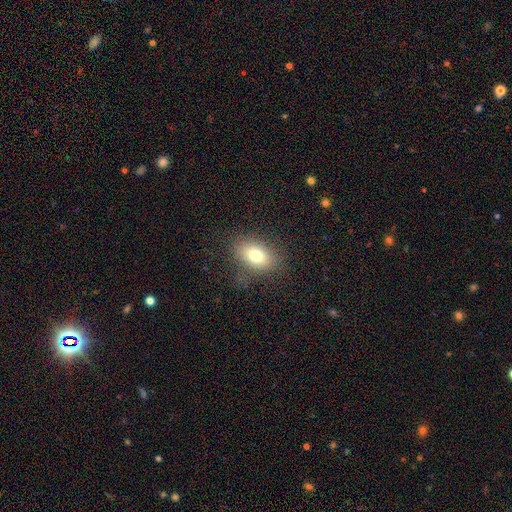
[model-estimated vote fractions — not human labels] Smooth or featured? smooth (76%)
How rounded? in between (83%)
Merging? none (76%)